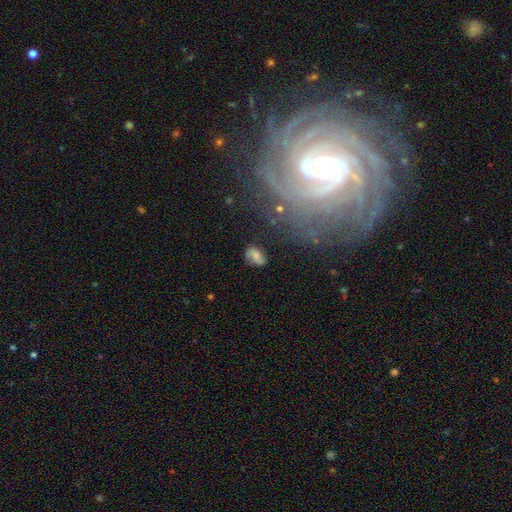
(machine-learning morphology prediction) The model was most divided on "smooth or featured": smooth: 48%, featured or disk: 40%, star or artifact: 12%. More confident: merging — none (64%).